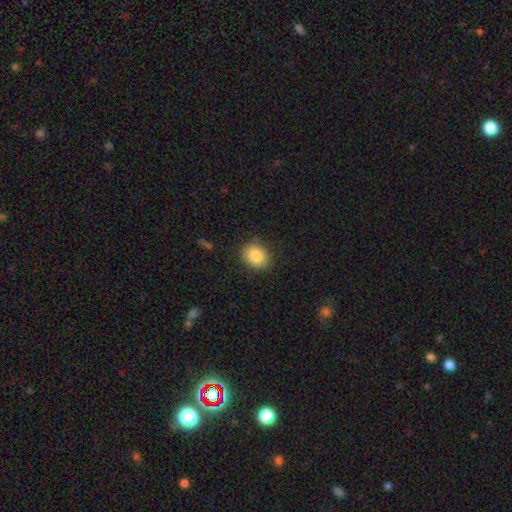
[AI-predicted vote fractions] Smooth or featured: smooth — 85% (star or artifact — 9%)
How rounded: round — 50% (in between — 49%)
Merging: none — 85% (minor disturbance — 11%)